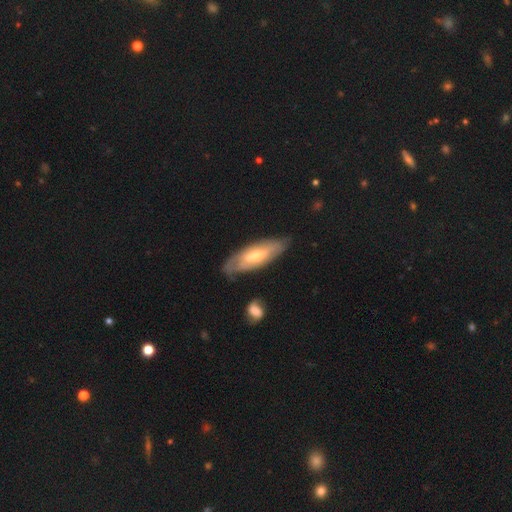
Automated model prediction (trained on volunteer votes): This is possibly a featured or disk galaxy (57%). It is likely not viewed edge-on (72%). Merging: likely none (73%).